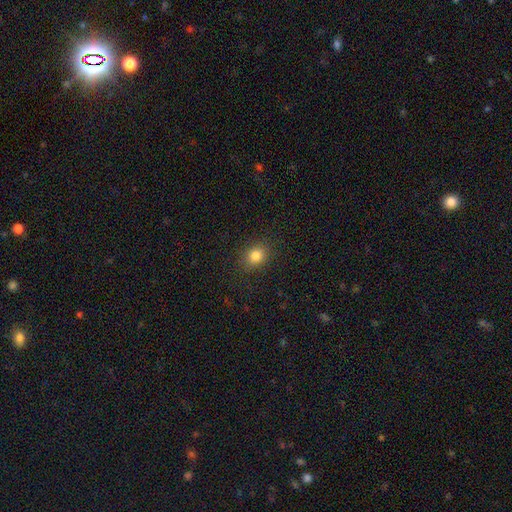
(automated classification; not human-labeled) Overall: smooth (83%). How rounded: round (59%; in between 39%). Merging: none (87%).